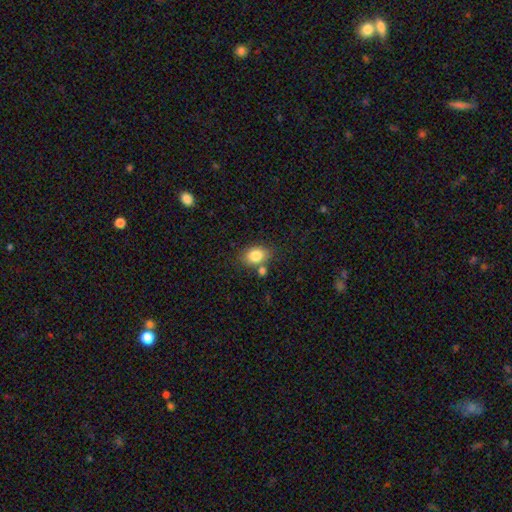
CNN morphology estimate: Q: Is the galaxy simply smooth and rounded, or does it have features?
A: smooth — 83%.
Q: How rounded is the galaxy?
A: in between — 68%.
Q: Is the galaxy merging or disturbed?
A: none — 67%.